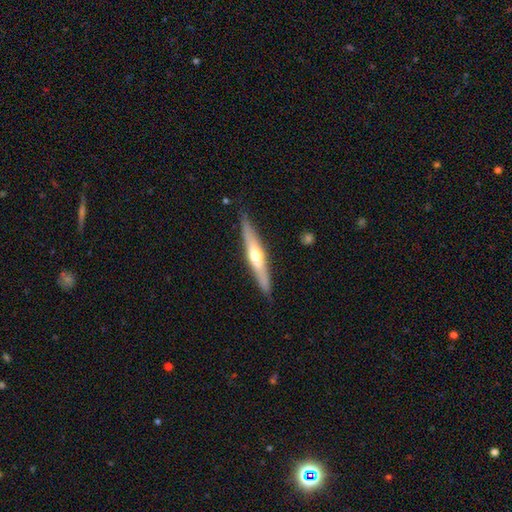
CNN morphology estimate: This is likely a featured or disk galaxy (62%). It is clearly viewed edge-on (94%). Edge-on bulge: clearly rounded (86%). Merging: clearly none (87%).